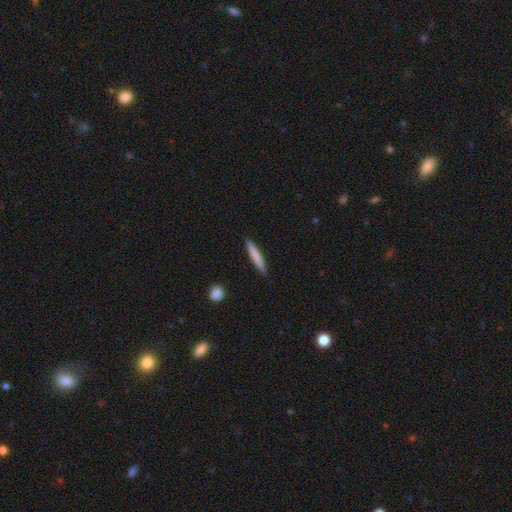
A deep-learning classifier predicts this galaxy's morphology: The model was most divided on "smooth or featured": smooth: 76%, featured or disk: 18%, star or artifact: 5%. More confident: how rounded — cigar-shaped (93%); merging — none (87%).